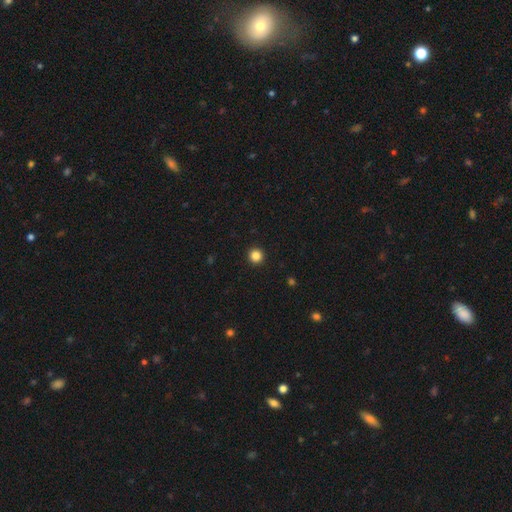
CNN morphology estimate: A smooth galaxy with no disk features (85%) that is round (96%). Merging: none (94%).